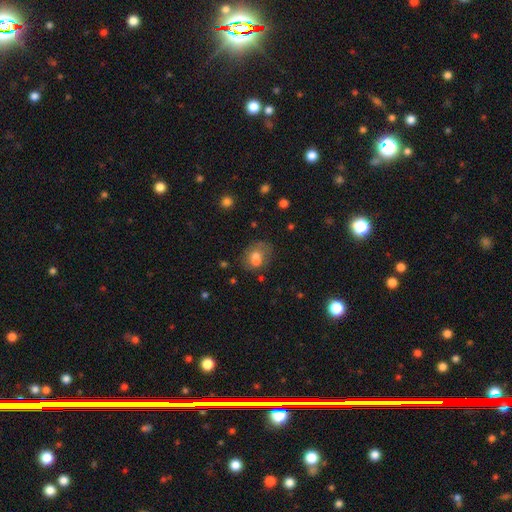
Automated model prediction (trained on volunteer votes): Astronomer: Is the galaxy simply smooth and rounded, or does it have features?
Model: smooth — 62%.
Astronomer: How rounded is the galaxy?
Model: in between — 54% (runner-up: round, 45%).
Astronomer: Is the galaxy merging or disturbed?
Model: merger — 44% (runner-up: none, 31%).